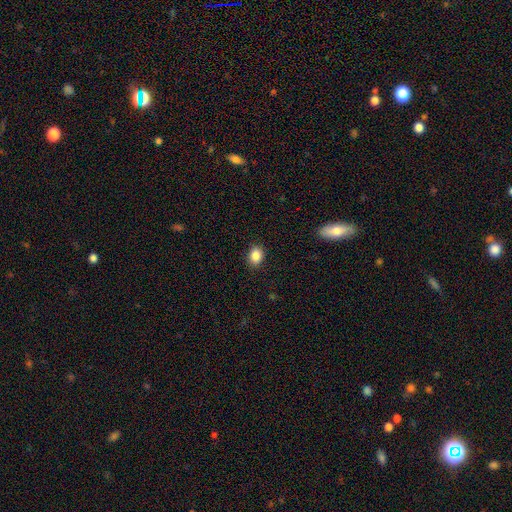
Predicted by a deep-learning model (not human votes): smooth-or-featured: smooth: 86% | star or artifact: 9% | featured or disk: 5%
  how-rounded: in between: 64% | round: 35% | cigar-shaped: 1%
  merging: none: 90% | minor disturbance: 7% | major disturbance: 2% | merger: 1%